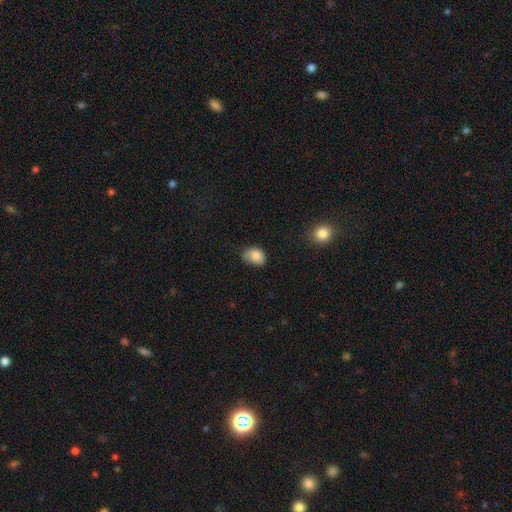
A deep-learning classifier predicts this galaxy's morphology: This appears to be a smooth galaxy with no disk features (83%) that is in between round and cigar-shaped (71%). Merging: none (49%).